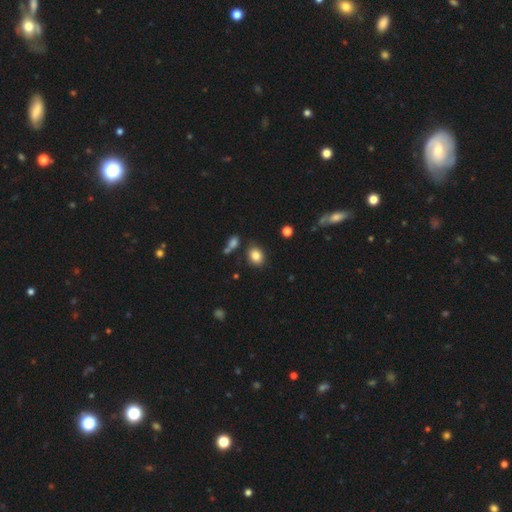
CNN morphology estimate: Overall: smooth (84%). How rounded: in between (53%; round 46%). Merging: none (81%).